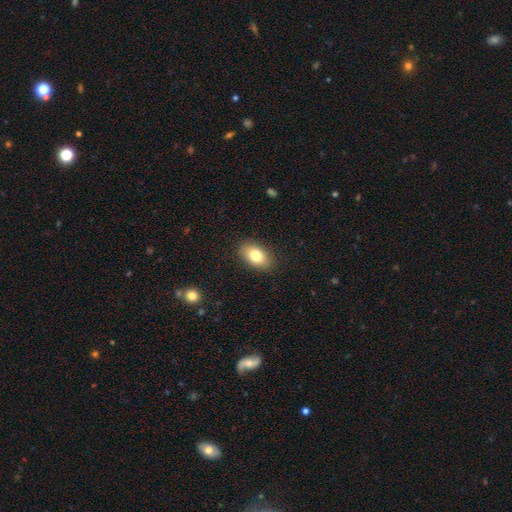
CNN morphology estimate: smooth-or-featured: smooth: 80% | featured or disk: 12% | star or artifact: 8%
  how-rounded: in between: 89% | round: 9% | cigar-shaped: 2%
  merging: none: 87% | minor disturbance: 9% | major disturbance: 2% | merger: 1%